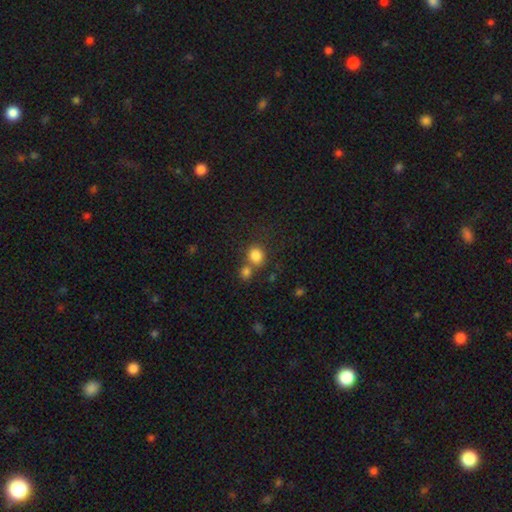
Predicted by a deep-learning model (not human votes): This is clearly a smooth galaxy (83%). How rounded: likely round (78%). Merging: possibly none (55%).